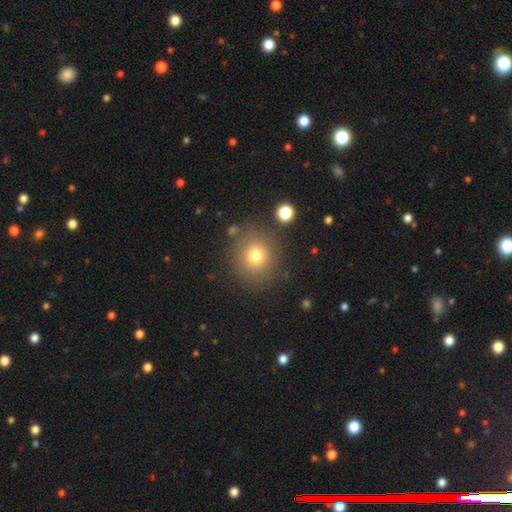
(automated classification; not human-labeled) This is likely a smooth galaxy (76%). How rounded: clearly round (86%). Merging: clearly none (83%).